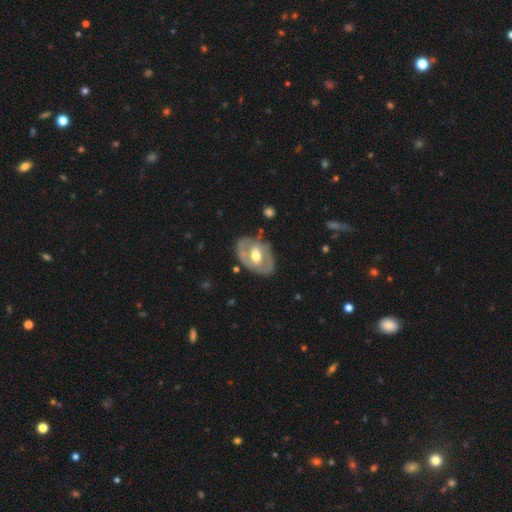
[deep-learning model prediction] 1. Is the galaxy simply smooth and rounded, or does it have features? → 66% featured or disk, 30% smooth, 4% star or artifact.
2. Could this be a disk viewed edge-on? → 94% no, 6% yes.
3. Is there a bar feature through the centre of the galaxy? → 47% no, 36% weak, 17% strong.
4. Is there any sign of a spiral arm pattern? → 59% no, 41% yes.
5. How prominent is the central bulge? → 72% moderate, 18% large, 9% small, 1% dominant, 1% none.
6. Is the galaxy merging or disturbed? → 76% none, 17% minor disturbance, 6% major disturbance, 2% merger.